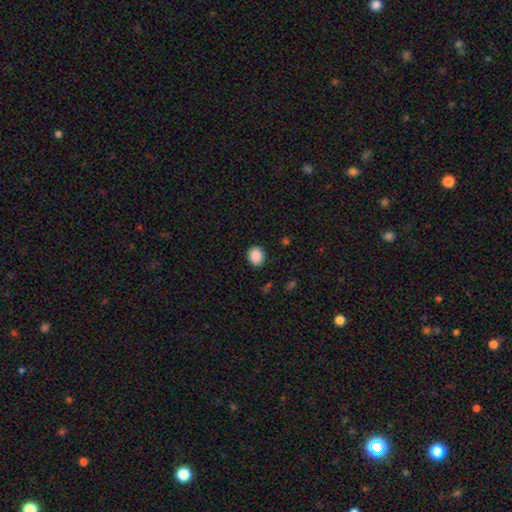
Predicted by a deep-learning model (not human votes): smooth 89%, star or artifact 8%, featured or disk 3%. Down the decision tree: how rounded — round (62%); merging — none (88%).